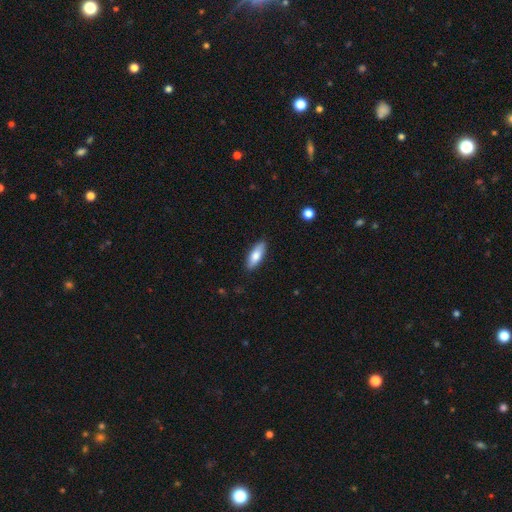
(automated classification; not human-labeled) Smooth or featured? Predicted: smooth (p=0.77). How rounded? Predicted: in between (p=0.67). Merging? Predicted: none (p=0.87).